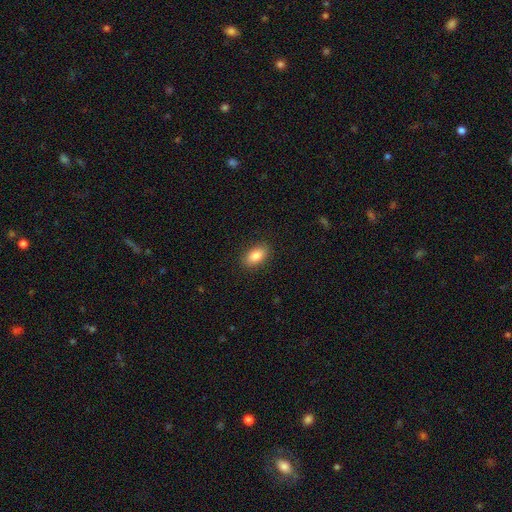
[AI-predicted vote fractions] The model was most divided on "smooth or featured": smooth: 86%, star or artifact: 8%, featured or disk: 7%. More confident: how rounded — in between (90%); merging — none (89%).